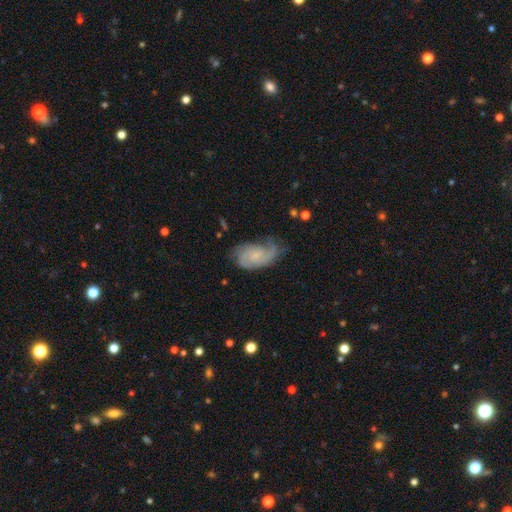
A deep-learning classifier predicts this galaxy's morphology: smooth_or_featured: featured or disk (p=0.72) [alt: smooth p=0.21]
disk_edge_on: no (p=0.97) [alt: yes p=0.03]
bar: no (p=0.68) [alt: weak p=0.28]
has_spiral_arms: yes (p=0.94) [alt: no p=0.06]
spiral_winding: medium (p=0.43) [alt: tight p=0.38]
spiral_arm_count: 2 (p=0.47) [alt: can't tell p=0.20]
bulge_size: small (p=0.60) [alt: none p=0.21]
merging: none (p=0.57) [alt: minor disturbance p=0.27]